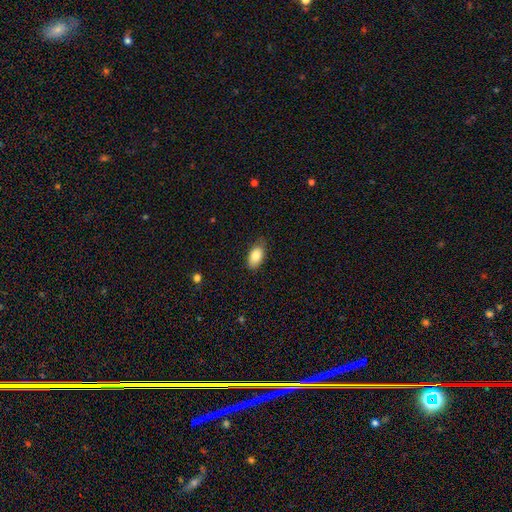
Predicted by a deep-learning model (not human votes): This is clearly a smooth galaxy (85%). How rounded: clearly in between (92%). Merging: likely none (77%).